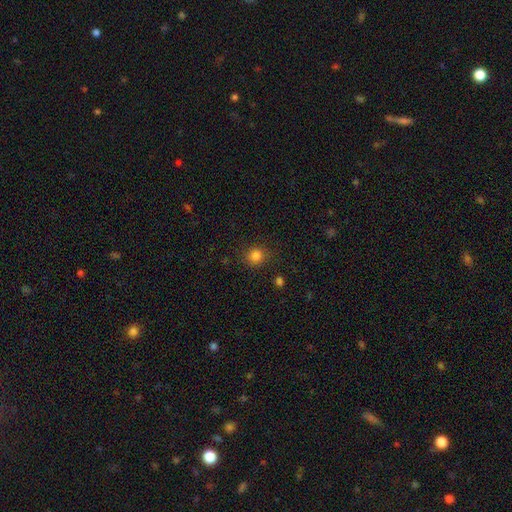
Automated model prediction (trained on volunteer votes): Smooth or featured? smooth (83%)
How rounded? round (86%)
Merging? none (85%)